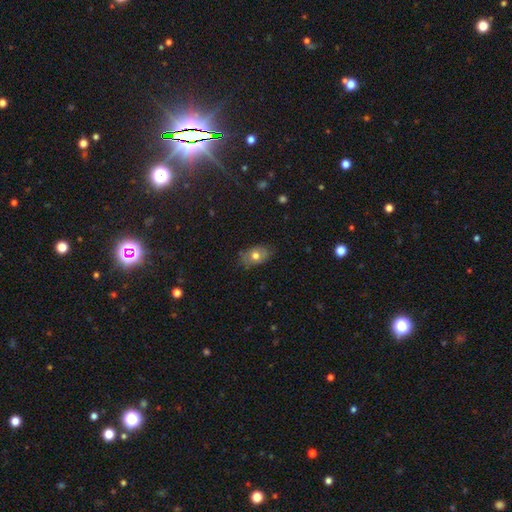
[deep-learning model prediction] smooth-or-featured: smooth: 69% | featured or disk: 22% | star or artifact: 9%
  how-rounded: in between: 85% | round: 13% | cigar-shaped: 2%
  merging: none: 78% | minor disturbance: 18% | major disturbance: 3% | merger: 1%